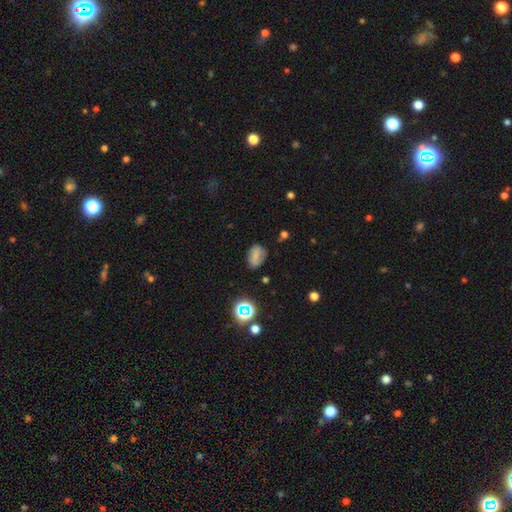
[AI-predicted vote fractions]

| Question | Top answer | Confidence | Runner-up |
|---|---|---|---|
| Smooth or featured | smooth | 69% | star or artifact (16%) |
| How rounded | in between | 79% | round (19%) |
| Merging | none | 68% | minor disturbance (23%) |